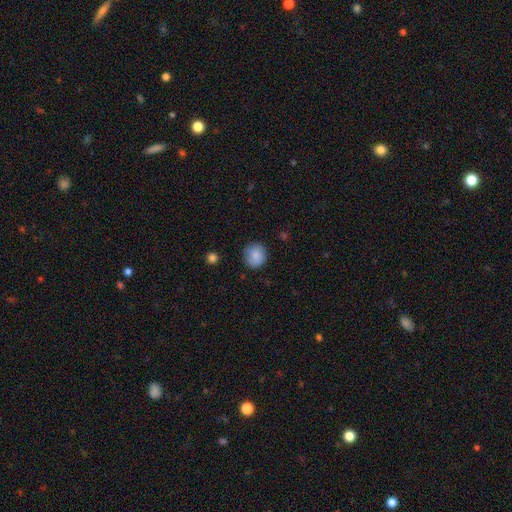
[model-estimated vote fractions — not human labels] A smooth galaxy with no disk features (86%) that is round (86%).

Vote fractions:
- Smooth or featured? smooth: 86% / star or artifact: 8% / featured or disk: 6%
- How rounded? round: 86% / in between: 13% / cigar-shaped: 1%
- Merging? none: 81% / minor disturbance: 15% / major disturbance: 3% / merger: 1%